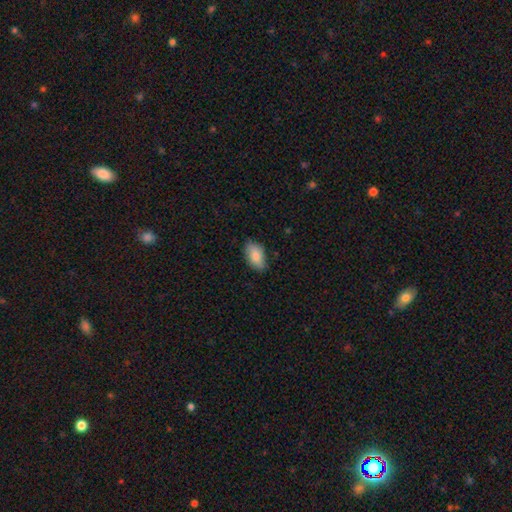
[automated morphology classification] smooth_or_featured: smooth (p=0.84) [alt: featured or disk p=0.10]
how_rounded: in between (p=0.92) [alt: round p=0.05]
merging: none (p=0.77) [alt: minor disturbance p=0.19]